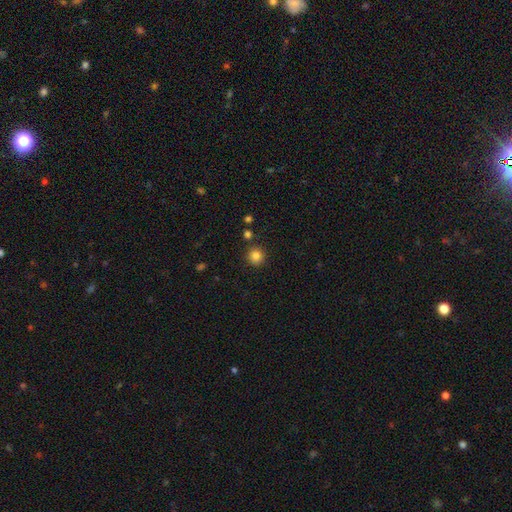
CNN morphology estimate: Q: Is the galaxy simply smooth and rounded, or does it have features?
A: smooth — 84%.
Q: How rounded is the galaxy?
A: round — 93%.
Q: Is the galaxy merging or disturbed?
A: none — 88%.